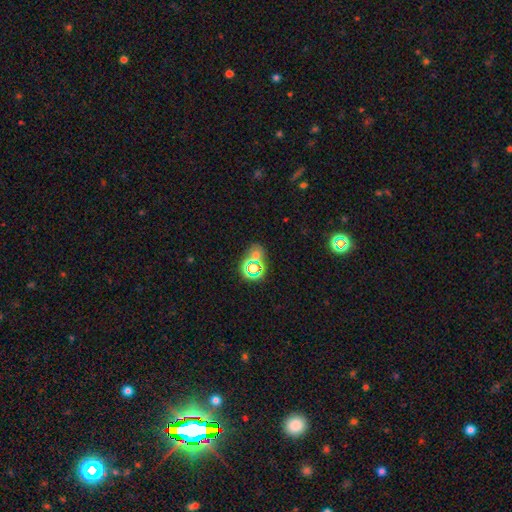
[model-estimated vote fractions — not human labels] Smooth or featured? star or artifact (48%)